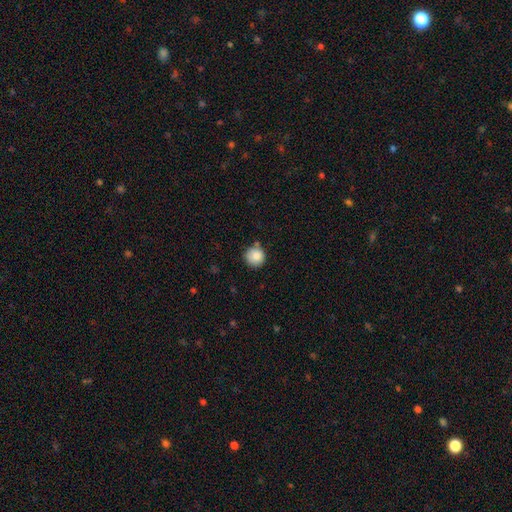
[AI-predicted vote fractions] smooth-or-featured: smooth: 86% | star or artifact: 9% | featured or disk: 5%
  how-rounded: round: 94% | in between: 5% | cigar-shaped: 1%
  merging: none: 78% | minor disturbance: 14% | merger: 5% | major disturbance: 3%